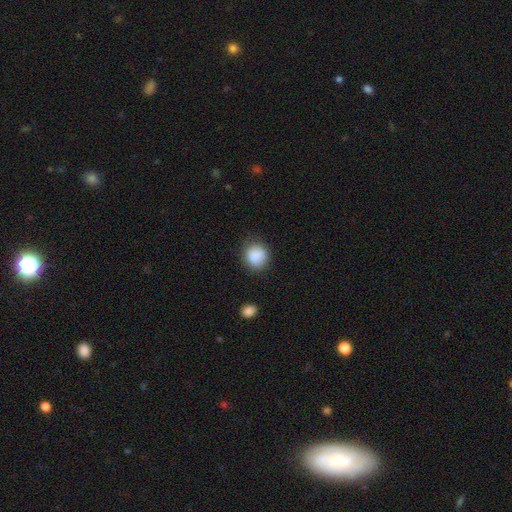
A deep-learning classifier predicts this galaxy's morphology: Q: Smooth or featured?
A: smooth (88%); runner-up: star or artifact (8%)
Q: How rounded?
A: round (82%); runner-up: in between (17%)
Q: Merging?
A: none (81%); runner-up: minor disturbance (13%)